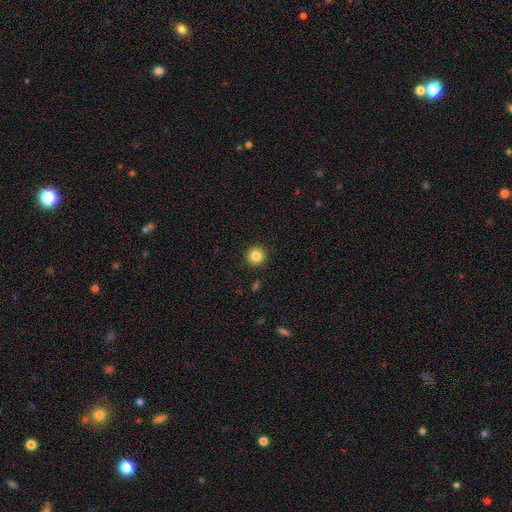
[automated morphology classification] This appears to be a smooth galaxy with no disk features (84%) that is round (94%). Merging: none (92%).